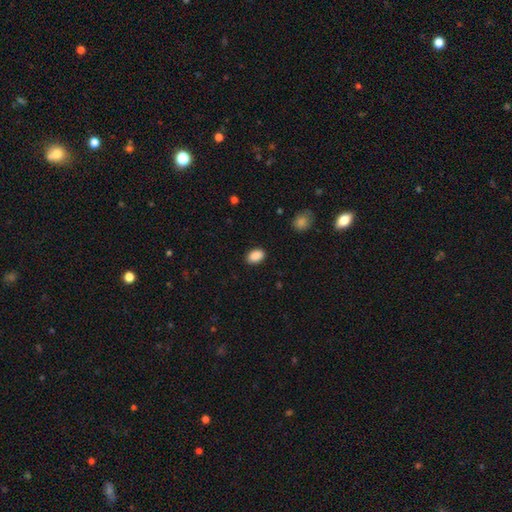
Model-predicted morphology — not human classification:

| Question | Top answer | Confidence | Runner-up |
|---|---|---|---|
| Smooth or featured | smooth | 90% | star or artifact (8%) |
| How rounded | in between | 86% | round (13%) |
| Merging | none | 88% | minor disturbance (9%) |